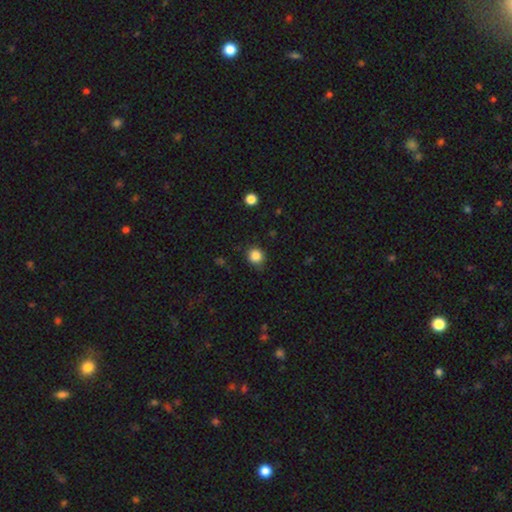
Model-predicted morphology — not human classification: This appears to be a smooth galaxy with no disk features (85%) that is round (89%). Merging: none (83%).